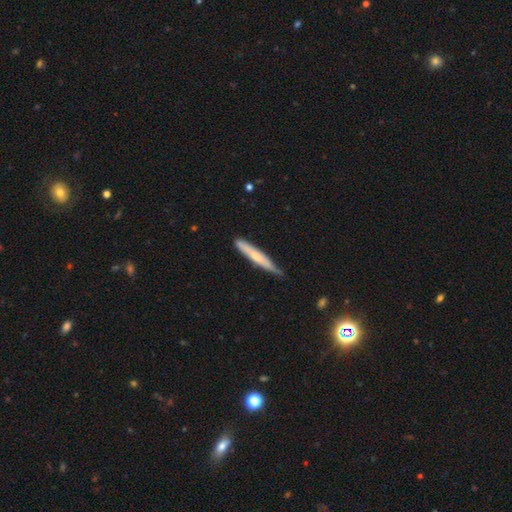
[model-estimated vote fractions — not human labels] Smooth or featured? smooth (59%)
How rounded? cigar-shaped (94%)
Merging? none (70%)